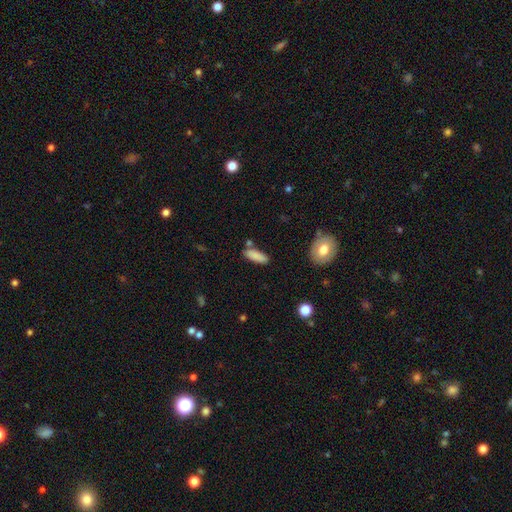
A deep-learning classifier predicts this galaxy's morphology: smooth 86%, featured or disk 7%, star or artifact 7%. Down the decision tree: how rounded — in between (60%); merging — none (72%).